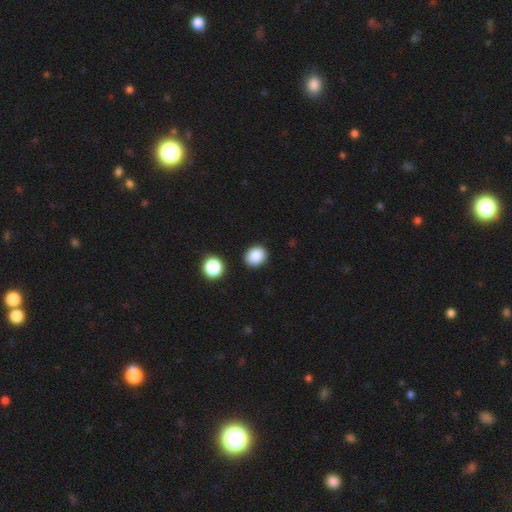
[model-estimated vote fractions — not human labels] Smooth or featured? Predicted: smooth (p=0.86). How rounded? Predicted: round (p=0.69). Merging? Predicted: none (p=0.88).